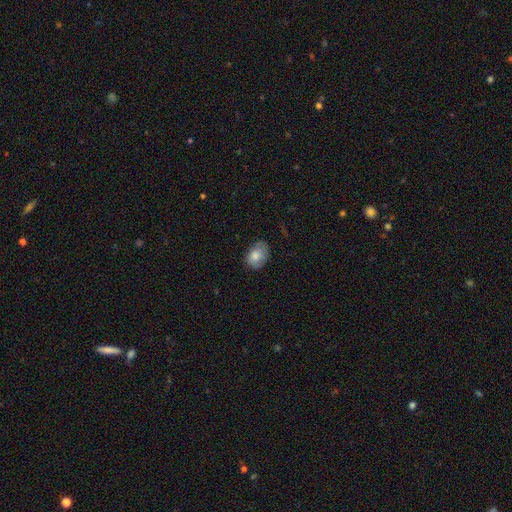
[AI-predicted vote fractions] This appears to be a smooth galaxy with no disk features (76%) that is in between round and cigar-shaped (74%). Merging: none (69%).